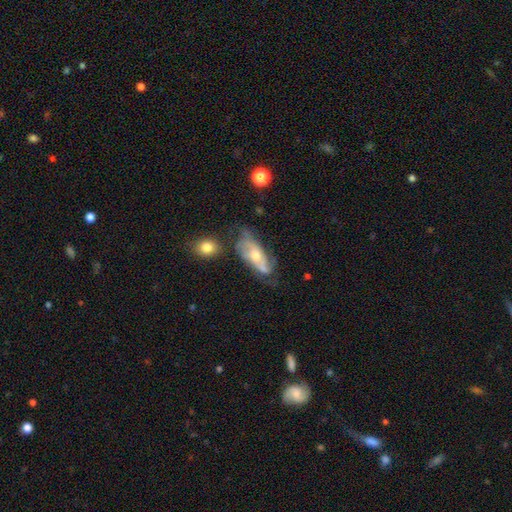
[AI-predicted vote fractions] featured or disk 66%, smooth 27%, star or artifact 7%. Down the decision tree: edge-on disk — no (87%); bar — no (70%); spiral arms — yes (77%); bulge size — moderate (60%); merging — none (45%).